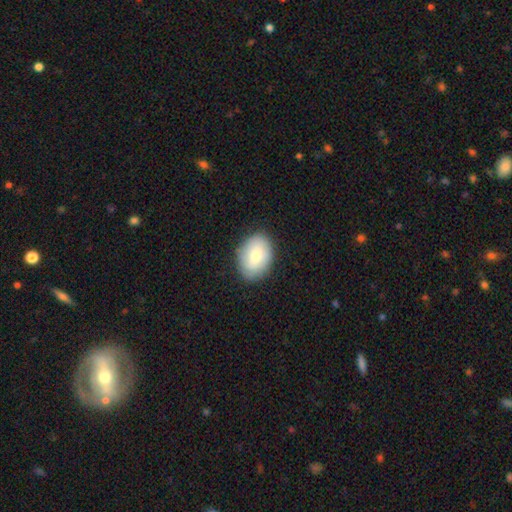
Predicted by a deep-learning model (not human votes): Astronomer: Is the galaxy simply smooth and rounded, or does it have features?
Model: smooth — 73%.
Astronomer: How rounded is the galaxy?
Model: in between — 74%.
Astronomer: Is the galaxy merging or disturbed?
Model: none — 84%.